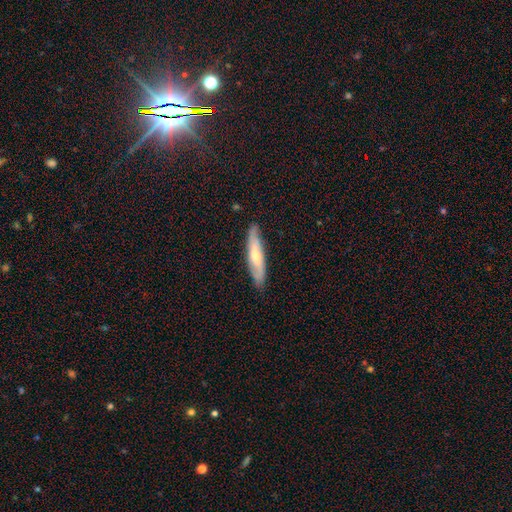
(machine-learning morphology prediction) Smooth or featured?
  - smooth: 48% *
  - featured or disk: 47%
  - star or artifact: 6%
Merging?
  - none: 84% *
  - minor disturbance: 13%
  - major disturbance: 2%
  - merger: 1%